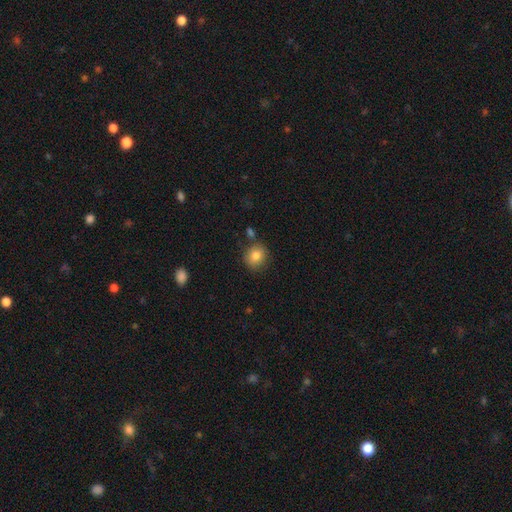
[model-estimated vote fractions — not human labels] Smooth or featured? smooth (82%)
How rounded? round (79%)
Merging? none (79%)